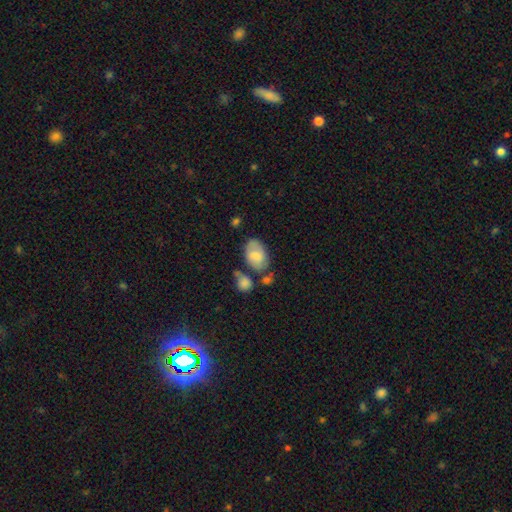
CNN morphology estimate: Overall: smooth (71%). How rounded: in between (89%). Merging: none (56%; minor disturbance 22%).